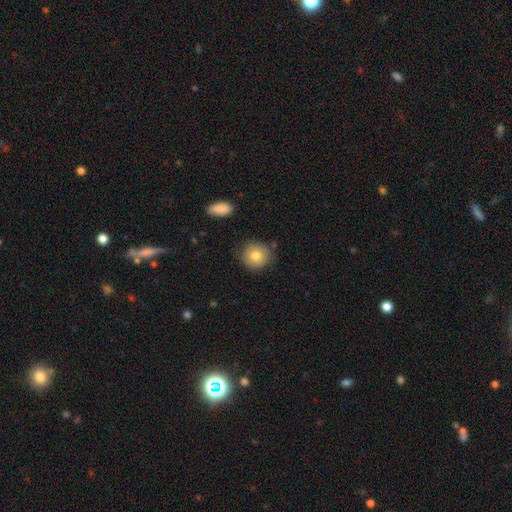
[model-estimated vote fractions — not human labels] Overall: smooth (79%). How rounded: round (90%). Merging: none (82%).